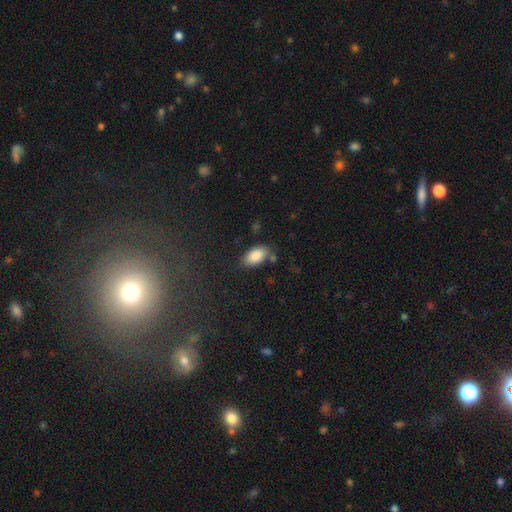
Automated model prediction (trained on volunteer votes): A smooth galaxy with no disk features (87%) that is in between round and cigar-shaped (94%).

Vote fractions:
- Smooth or featured? smooth: 87% / star or artifact: 7% / featured or disk: 6%
- How rounded? in between: 94% / round: 4% / cigar-shaped: 3%
- Merging? none: 72% / minor disturbance: 17% / merger: 7% / major disturbance: 4%